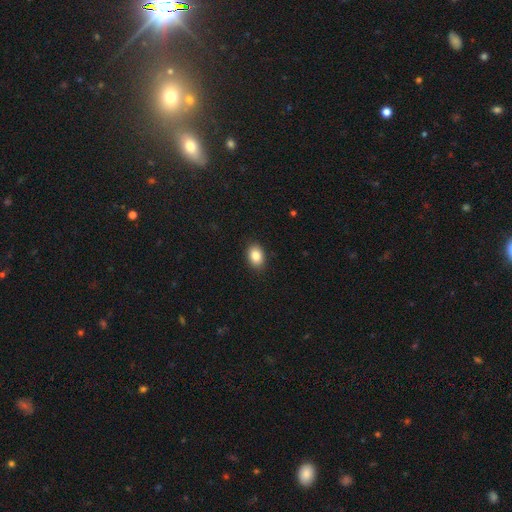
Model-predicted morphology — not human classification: Overall: smooth (85%). How rounded: in between (79%). Merging: none (89%).